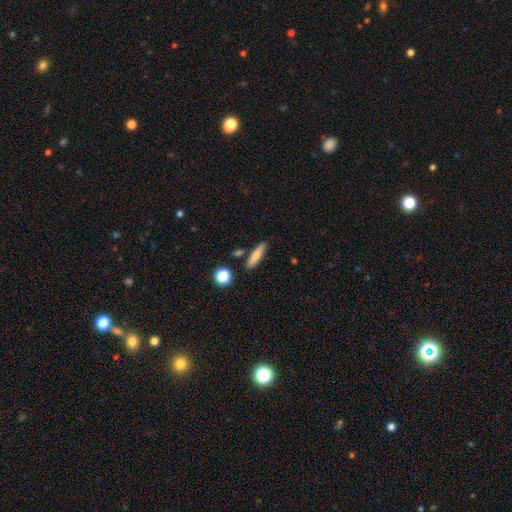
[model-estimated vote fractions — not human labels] A smooth galaxy with no disk features (75%) that is cigar-shaped (73%).

Vote fractions:
- Smooth or featured? smooth: 75% / featured or disk: 17% / star or artifact: 8%
- How rounded? cigar-shaped: 73% / in between: 23% / round: 4%
- Merging? none: 82% / minor disturbance: 10% / merger: 5% / major disturbance: 2%